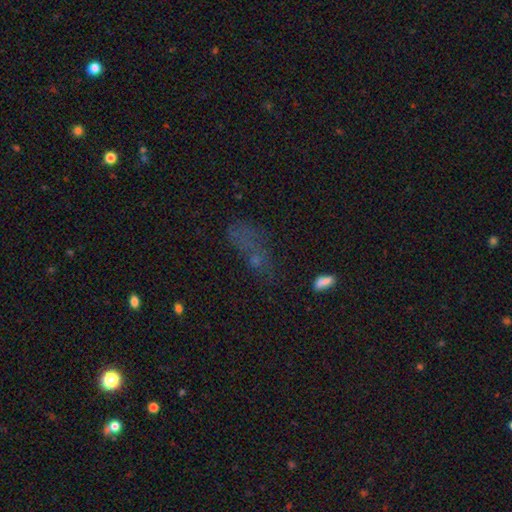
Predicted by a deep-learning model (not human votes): A smooth galaxy with no disk features (47%).

Vote fractions:
- Smooth or featured? smooth: 47% / star or artifact: 33% / featured or disk: 20%
- Merging? none: 45% / major disturbance: 23% / minor disturbance: 20% / merger: 12%